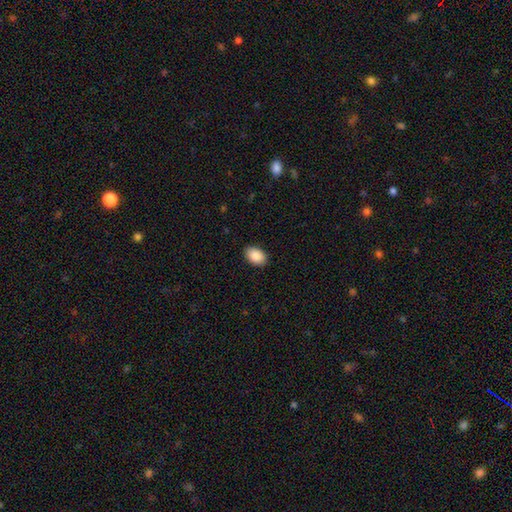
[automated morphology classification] This appears to be a smooth galaxy with no disk features (90%) that is in between round and cigar-shaped (85%). Merging: none (89%).